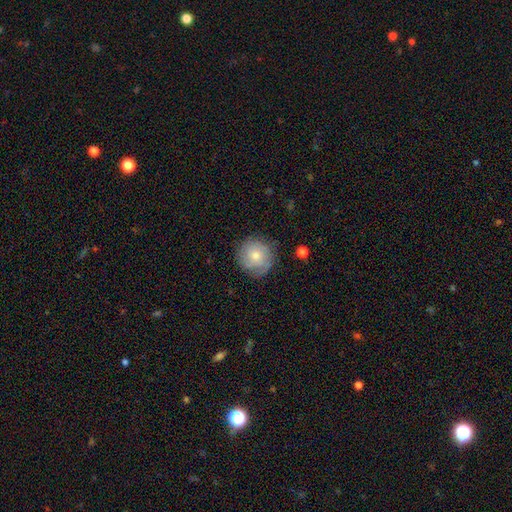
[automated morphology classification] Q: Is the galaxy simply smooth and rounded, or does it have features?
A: smooth — 50%.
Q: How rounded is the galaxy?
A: round — 93%.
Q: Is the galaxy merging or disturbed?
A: none — 77%.